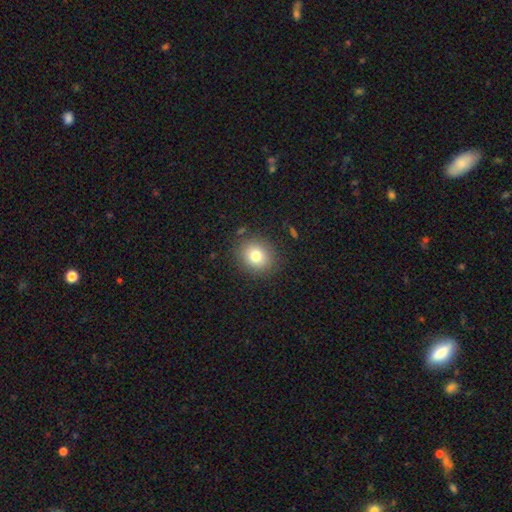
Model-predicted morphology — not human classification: Smooth or featured?
  - smooth: 77% *
  - star or artifact: 12%
  - featured or disk: 11%
How rounded?
  - round: 77% *
  - in between: 22%
  - cigar-shaped: 1%
Merging?
  - none: 86% *
  - minor disturbance: 9%
  - major disturbance: 3%
  - merger: 2%